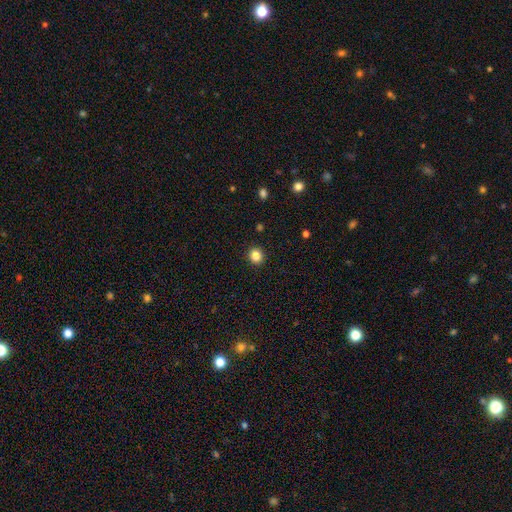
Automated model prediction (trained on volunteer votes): Smooth or featured? smooth (85%)
How rounded? round (82%)
Merging? none (91%)